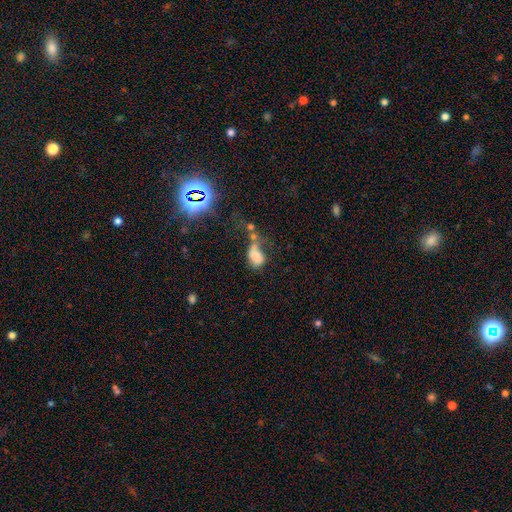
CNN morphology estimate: Q: Smooth or featured?
A: smooth (65%); runner-up: featured or disk (21%)
Q: How rounded?
A: in between (75%); runner-up: round (23%)
Q: Merging?
A: merger (30%); runner-up: major disturbance (29%)